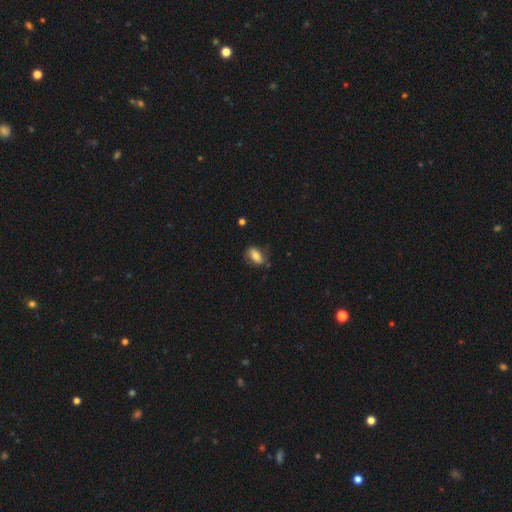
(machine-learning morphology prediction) Smooth or featured? smooth (76%)
How rounded? in between (87%)
Merging? none (70%)